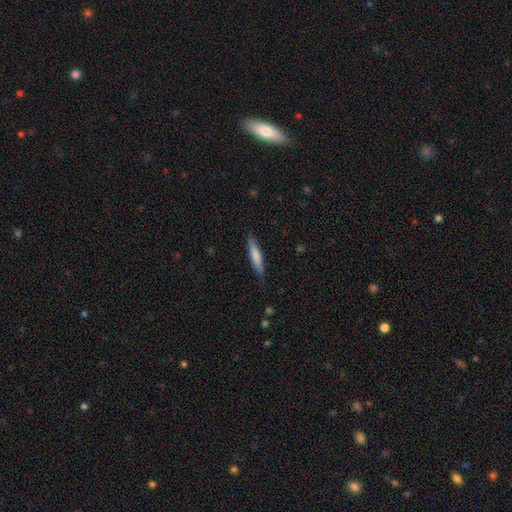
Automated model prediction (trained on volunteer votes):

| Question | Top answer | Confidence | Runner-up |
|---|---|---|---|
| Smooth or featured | smooth | 71% | featured or disk (23%) |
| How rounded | cigar-shaped | 88% | in between (11%) |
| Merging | none | 83% | minor disturbance (14%) |